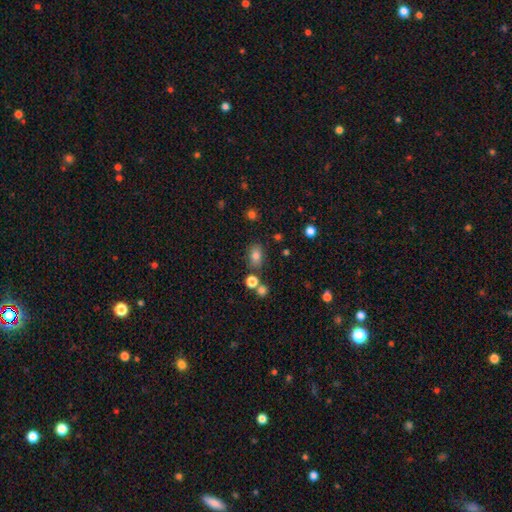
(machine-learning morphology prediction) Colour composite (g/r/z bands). It shows a smooth galaxy with no disk features (80%) that is in between round and cigar-shaped (77%). Merging: none (74%).